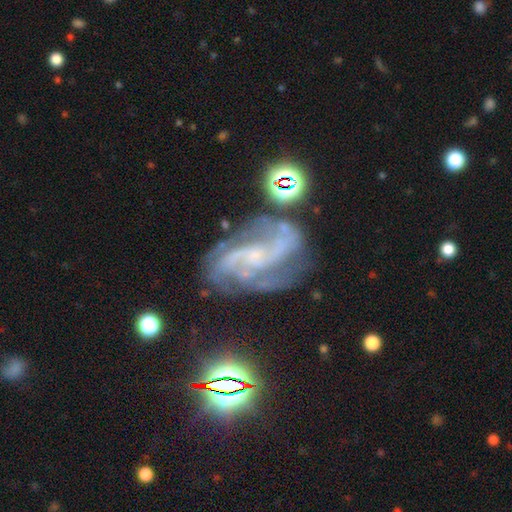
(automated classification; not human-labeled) This is clearly a featured or disk galaxy (86%). It is clearly not viewed edge-on (97%). Bar: marginally no (43%). Spiral arm pattern: clearly yes (96%). Spiral arm count: possibly 2 (51%). Spiral winding: possibly medium (52%). Central bulge: likely small (62%). Merging: possibly none (59%).